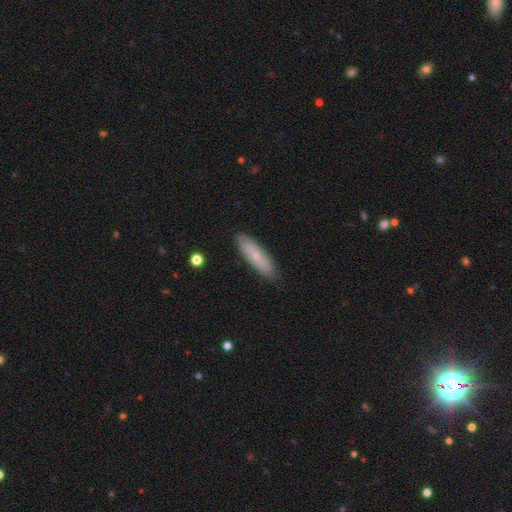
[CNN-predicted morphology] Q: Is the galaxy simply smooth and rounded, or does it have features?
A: smooth — 69%.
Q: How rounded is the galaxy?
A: cigar-shaped — 61%.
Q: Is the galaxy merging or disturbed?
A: none — 85%.